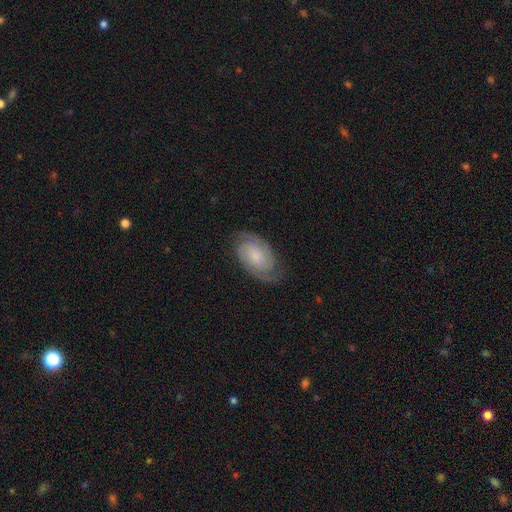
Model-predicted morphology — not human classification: type=featured or disk (74%); edge-on=no (96%); bar=no (59%); spiral arms=yes (96%); winding=tight (57%); arm count=2 (80%); bulge=small (39%); merging=none (78%).